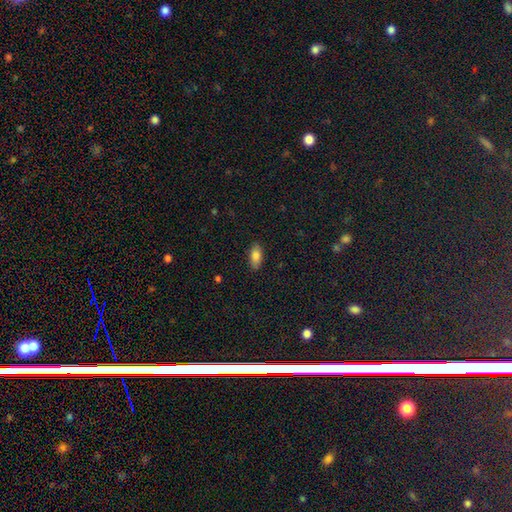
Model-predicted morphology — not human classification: A smooth galaxy with no disk features (83%) that is in between round and cigar-shaped (90%). Merging: none (88%).